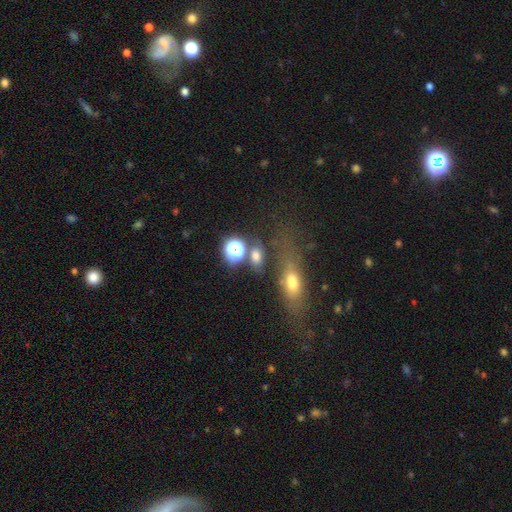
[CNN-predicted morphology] This is likely a smooth galaxy (68%). How rounded: possibly in between (52%). Merging: possibly none (58%).